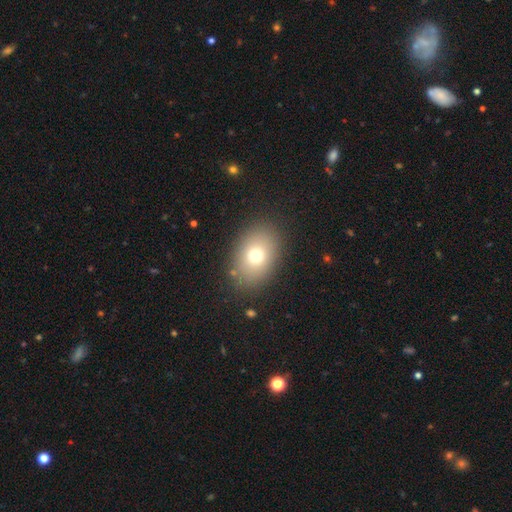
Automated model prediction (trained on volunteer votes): Smooth or featured: smooth — 73% (featured or disk — 14%)
How rounded: in between — 75% (round — 24%)
Merging: none — 85% (minor disturbance — 9%)